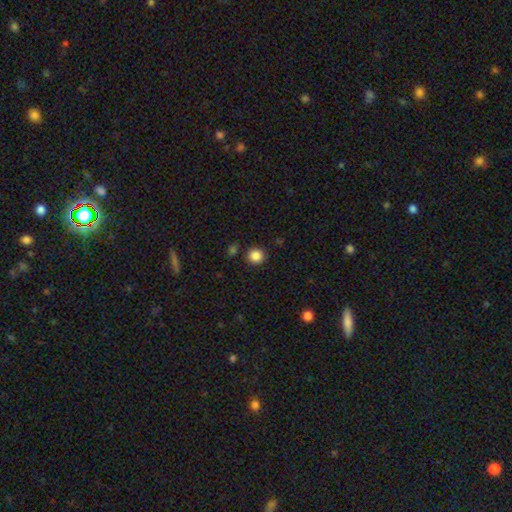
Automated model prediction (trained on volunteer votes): A smooth galaxy with no disk features (87%) that is round (91%).

Vote fractions:
- Smooth or featured? smooth: 87% / star or artifact: 10% / featured or disk: 3%
- How rounded? round: 91% / in between: 8% / cigar-shaped: 1%
- Merging? none: 87% / minor disturbance: 7% / merger: 3% / major disturbance: 2%